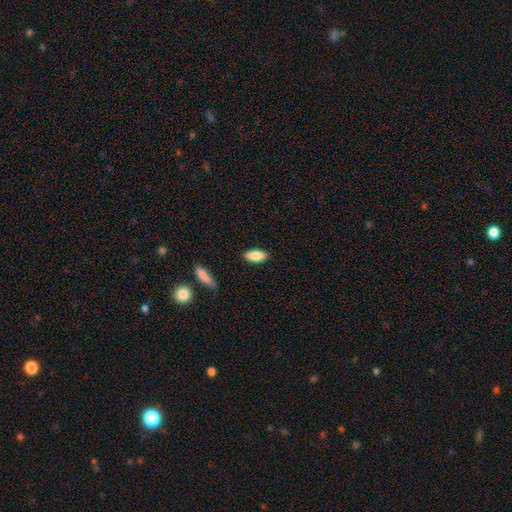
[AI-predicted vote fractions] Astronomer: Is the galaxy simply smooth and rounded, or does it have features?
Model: smooth — 85%.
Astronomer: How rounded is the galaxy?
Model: in between — 85%.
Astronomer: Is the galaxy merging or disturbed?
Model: none — 87%.